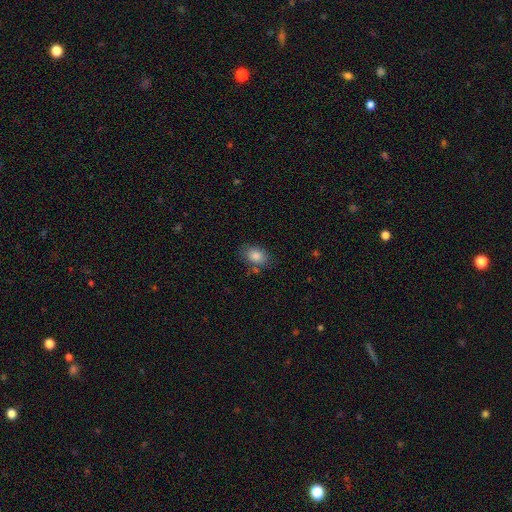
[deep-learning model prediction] Overall: smooth (85%). How rounded: in between (82%). Merging: none (74%).